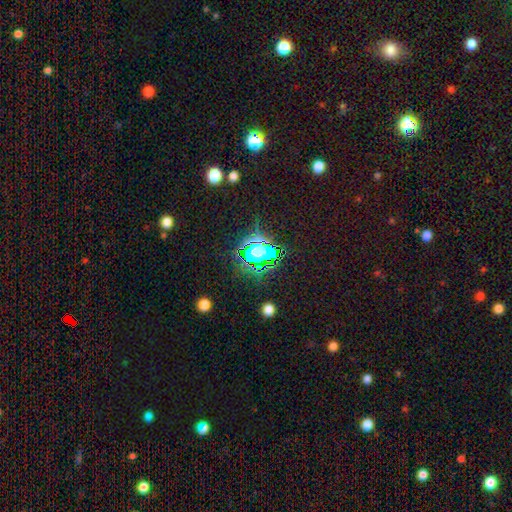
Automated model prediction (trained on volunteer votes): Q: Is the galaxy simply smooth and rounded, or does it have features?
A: star or artifact — 79%.